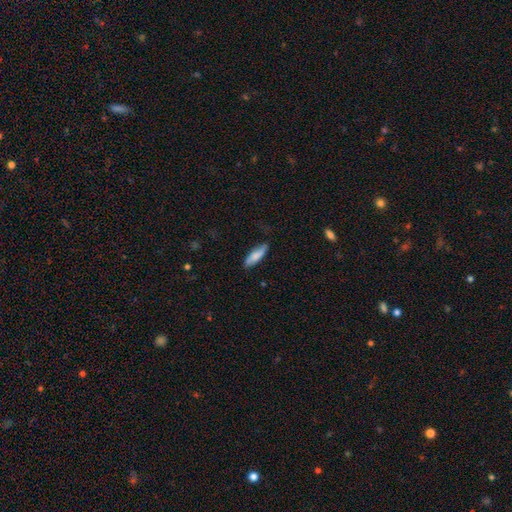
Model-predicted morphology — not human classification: Smooth or featured? Predicted: smooth (p=0.78). How rounded? Predicted: cigar-shaped (p=0.54). Merging? Predicted: none (p=0.77).